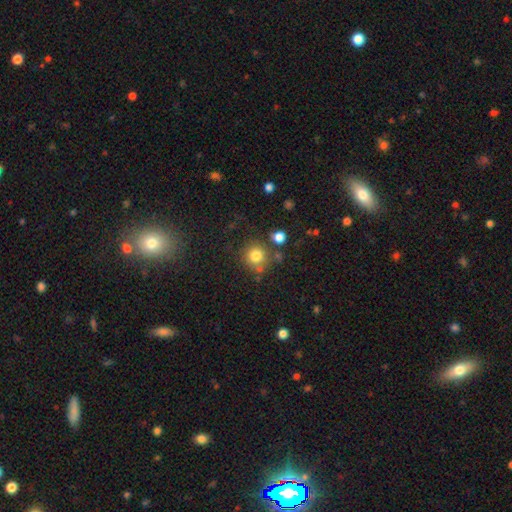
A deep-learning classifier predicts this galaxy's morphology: A smooth galaxy with no disk features (80%) that is round (91%). Merging: none (74%).